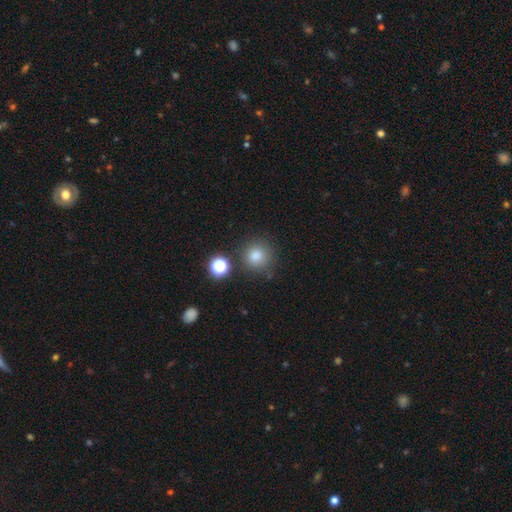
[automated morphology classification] This is likely a smooth galaxy (80%). How rounded: clearly round (93%). Merging: clearly none (81%).